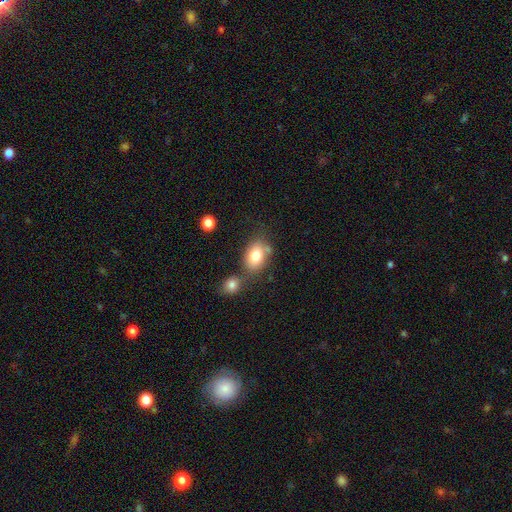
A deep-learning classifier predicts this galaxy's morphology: A smooth galaxy with no disk features (80%) that is in between round and cigar-shaped (76%). Merging: none (54%).